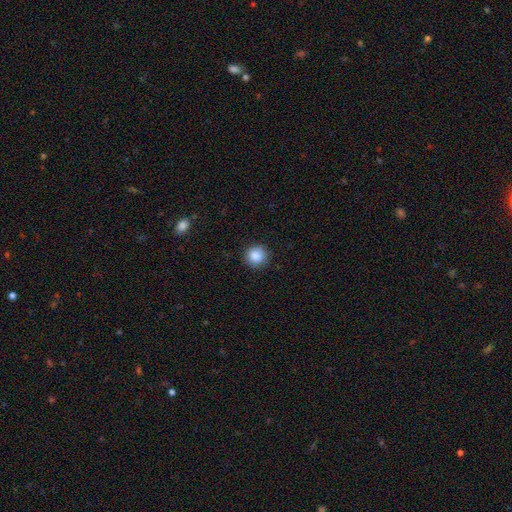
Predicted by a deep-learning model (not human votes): Smooth or featured? Predicted: smooth (p=0.87). How rounded? Predicted: round (p=0.93). Merging? Predicted: none (p=0.89).